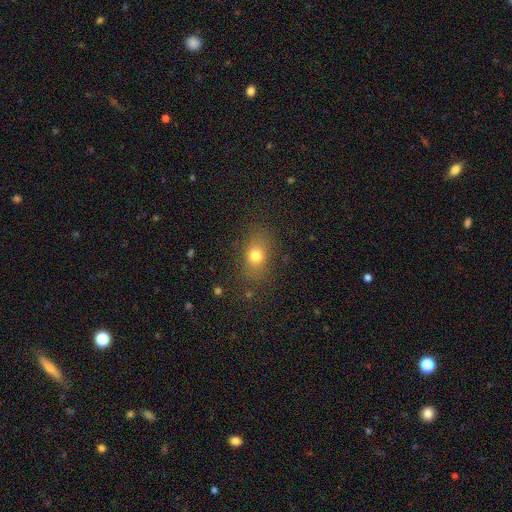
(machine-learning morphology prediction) This appears to be a smooth galaxy with no disk features (75%) that is in between round and cigar-shaped (59%). Merging: none (80%).